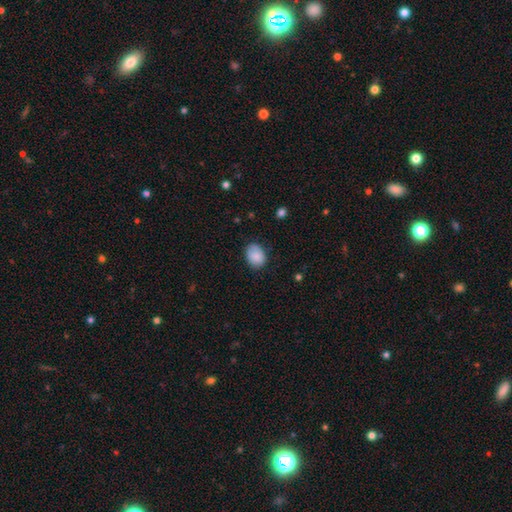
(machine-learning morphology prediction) Overall: smooth (86%). How rounded: in between (68%; round 31%). Merging: none (76%).